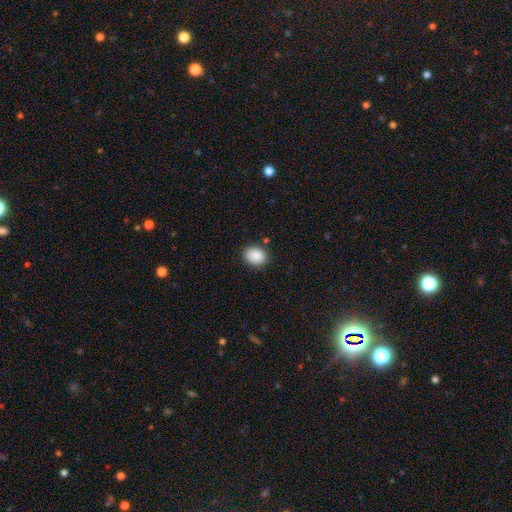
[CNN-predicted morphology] A smooth galaxy with no disk features (89%) that is round (52%). Merging: none (86%).